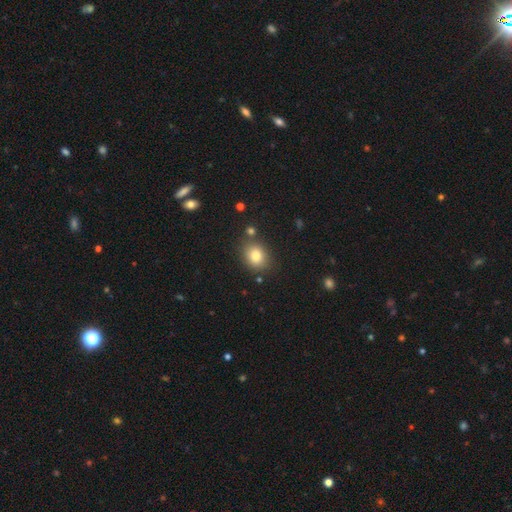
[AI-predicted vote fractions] This is clearly a smooth galaxy (81%). How rounded: possibly round (56%). Merging: likely none (79%).